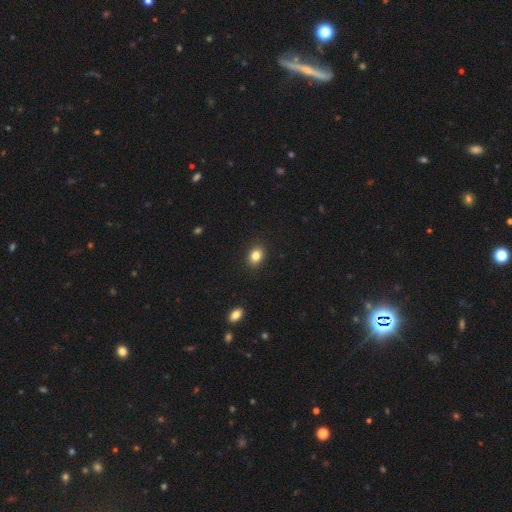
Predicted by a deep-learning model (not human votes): Smooth or featured?
  - smooth: 84% *
  - star or artifact: 10%
  - featured or disk: 6%
How rounded?
  - in between: 62% *
  - round: 37%
  - cigar-shaped: 1%
Merging?
  - none: 90% *
  - minor disturbance: 7%
  - major disturbance: 2%
  - merger: 1%